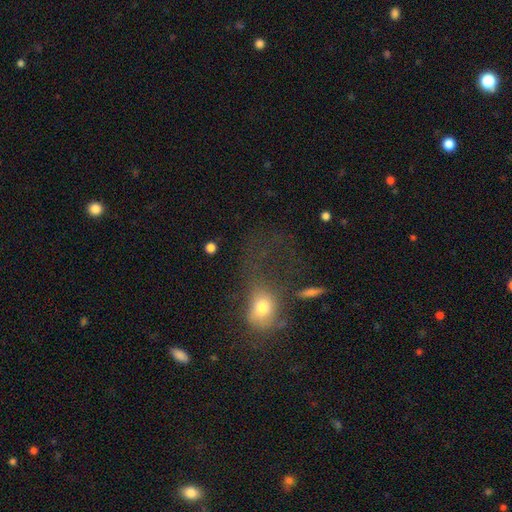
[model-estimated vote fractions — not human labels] Smooth or featured? smooth (55%)
How rounded? in between (51%)
Merging? major disturbance (53%)